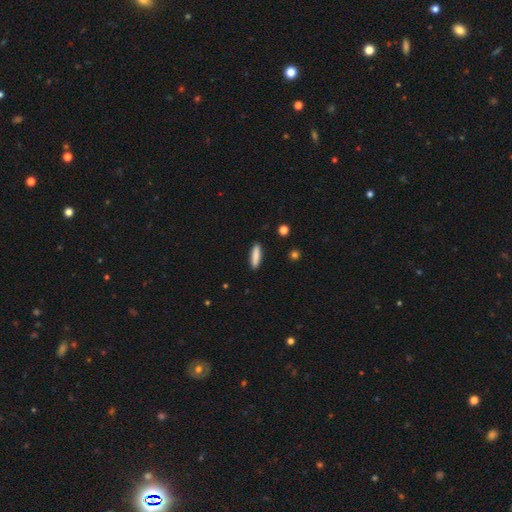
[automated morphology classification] Smooth or featured? smooth (86%)
How rounded? cigar-shaped (76%)
Merging? none (90%)